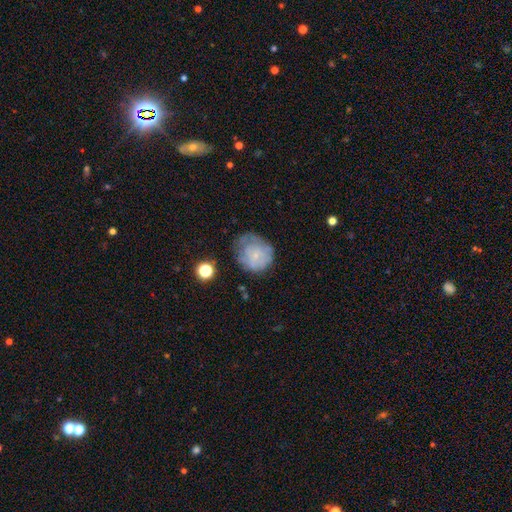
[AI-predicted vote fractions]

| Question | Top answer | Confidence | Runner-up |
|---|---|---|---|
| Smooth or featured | smooth | 52% | featured or disk (38%) |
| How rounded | round | 78% | in between (21%) |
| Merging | none | 48% | minor disturbance (30%) |